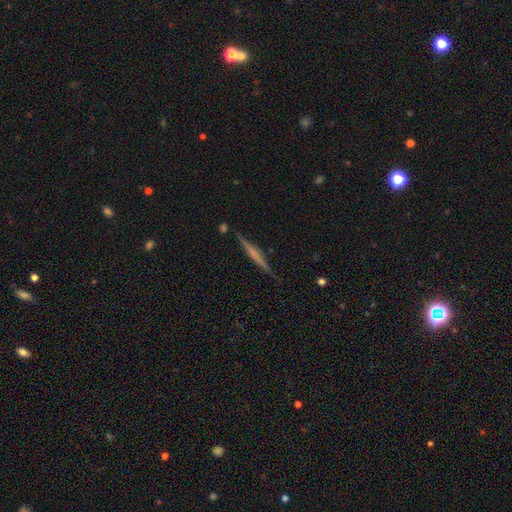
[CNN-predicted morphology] A featured or disk galaxy (61%) viewed edge-on (97%) with no central bulge (60%).

Vote fractions:
- Smooth or featured? featured or disk: 61% / smooth: 33% / star or artifact: 7%
- Edge-on disk? yes: 97% / no: 3%
- Edge-on bulge? none: 60% / rounded: 27% / boxy: 13%
- Merging? none: 88% / minor disturbance: 9% / merger: 2% / major disturbance: 2%